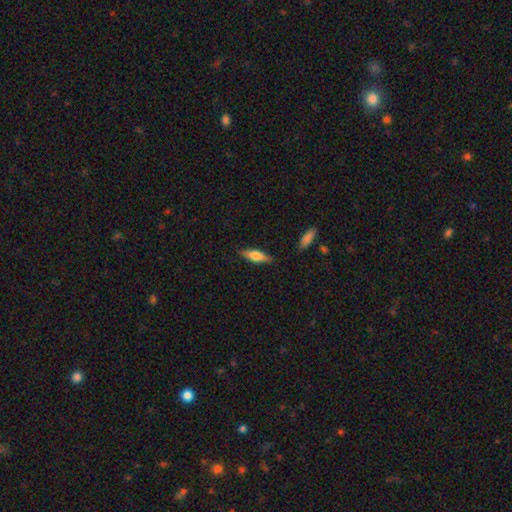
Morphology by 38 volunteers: A featured or disk galaxy (58%) viewed edge-on (95%) with a rounded central bulge (86%). Merging: none (86%).